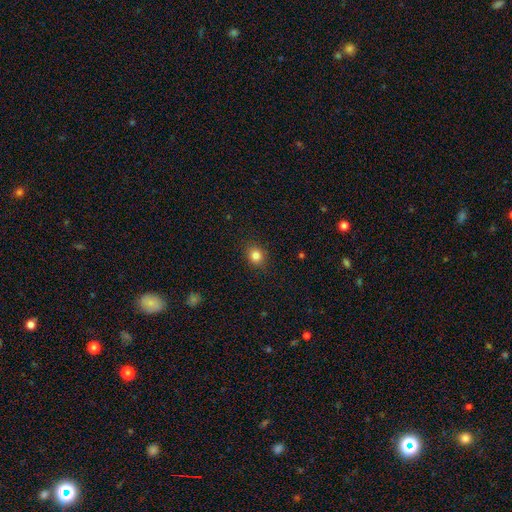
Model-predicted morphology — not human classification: This is clearly a smooth galaxy (83%). How rounded: likely round (74%). Merging: clearly none (89%).